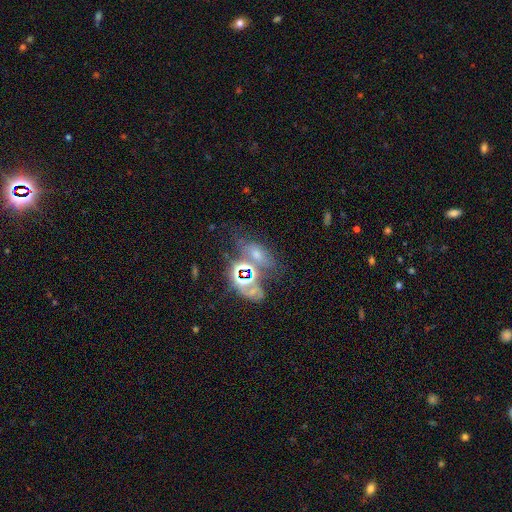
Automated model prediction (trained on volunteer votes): Smooth or featured?
  - smooth: 40% * (tied)
  - star or artifact: 40% * (tied)
  - featured or disk: 20%
Merging?
  - none: 43% *
  - merger: 26%
  - minor disturbance: 18%
  - major disturbance: 13%